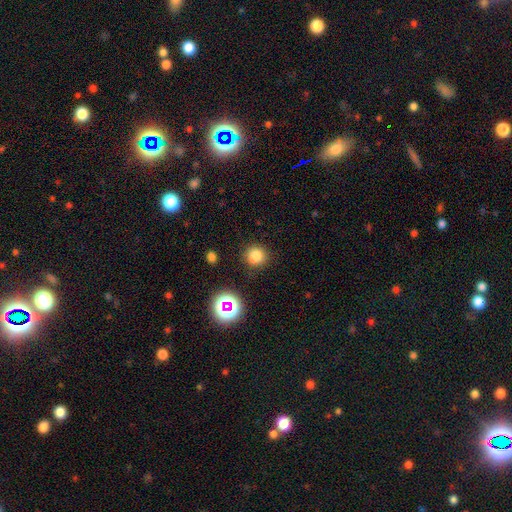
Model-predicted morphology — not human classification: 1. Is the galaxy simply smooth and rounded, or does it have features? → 78% smooth, 16% star or artifact, 6% featured or disk.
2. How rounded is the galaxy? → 90% round, 9% in between, 1% cigar-shaped.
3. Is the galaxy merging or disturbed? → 86% none, 9% minor disturbance, 3% major disturbance, 2% merger.